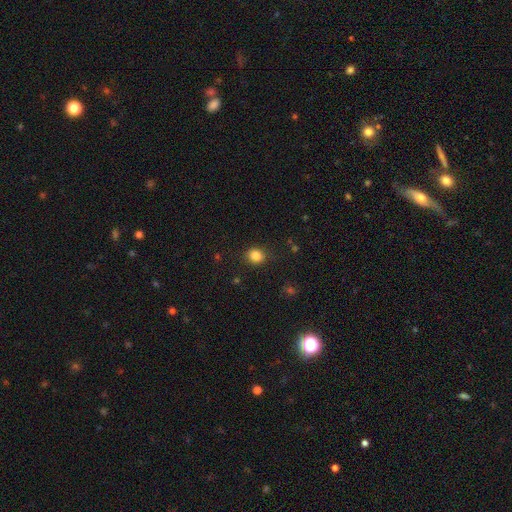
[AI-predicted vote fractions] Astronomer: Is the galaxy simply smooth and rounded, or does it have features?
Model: smooth — 84%.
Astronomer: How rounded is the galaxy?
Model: round — 76%.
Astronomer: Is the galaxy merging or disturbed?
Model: none — 88%.